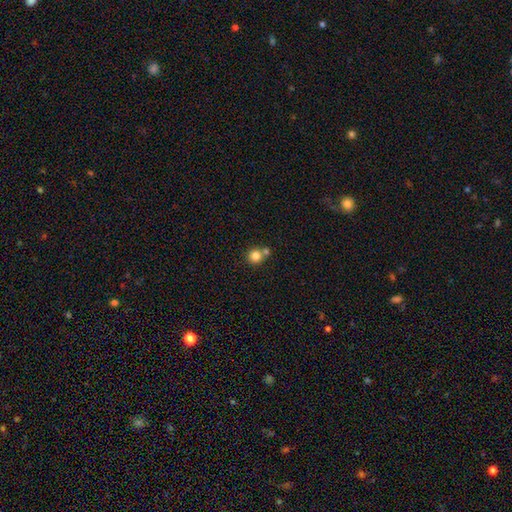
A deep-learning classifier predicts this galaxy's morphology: Q: Smooth or featured?
A: smooth (81%); runner-up: star or artifact (11%)
Q: How rounded?
A: round (91%); runner-up: in between (8%)
Q: Merging?
A: none (56%); runner-up: merger (34%)